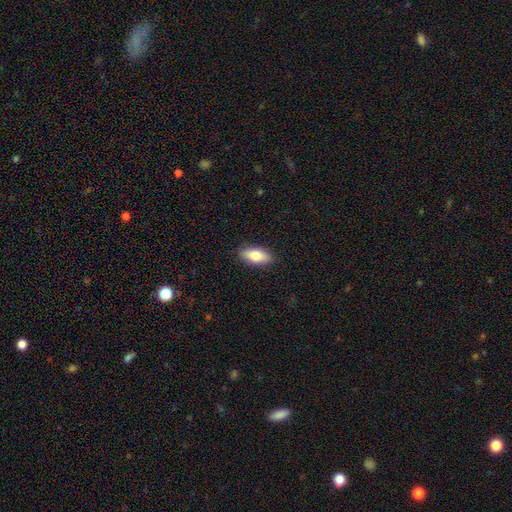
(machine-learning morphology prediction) A smooth galaxy with no disk features (76%) that is in between round and cigar-shaped (82%).

Vote fractions:
- Smooth or featured? smooth: 76% / featured or disk: 17% / star or artifact: 7%
- How rounded? in between: 82% / cigar-shaped: 15% / round: 3%
- Merging? none: 88% / minor disturbance: 9% / major disturbance: 2% / merger: 1%